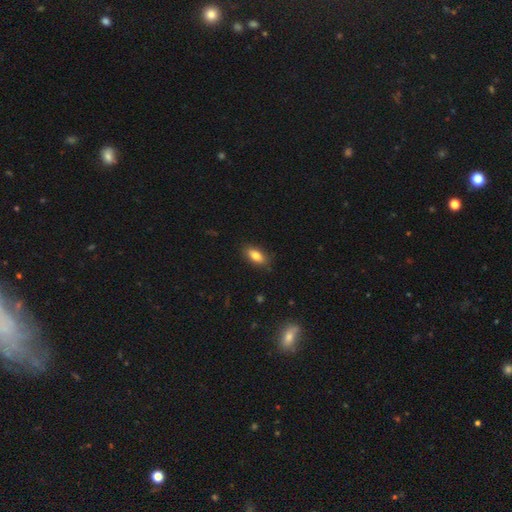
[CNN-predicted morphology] smooth_or_featured: smooth (p=0.83) [alt: featured or disk p=0.10]
how_rounded: in between (p=0.87) [alt: cigar-shaped p=0.09]
merging: none (p=0.85) [alt: minor disturbance p=0.12]